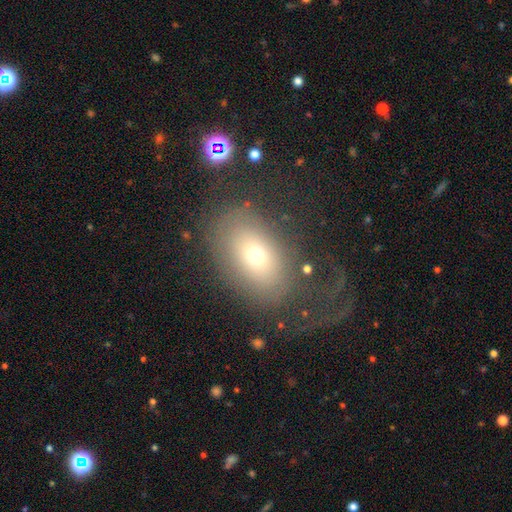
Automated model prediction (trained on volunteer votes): A smooth galaxy with no disk features (56%) that is in between round and cigar-shaped (73%). Merging: none (41%).